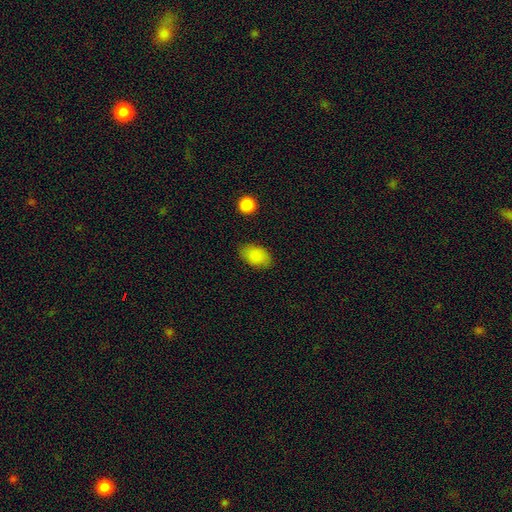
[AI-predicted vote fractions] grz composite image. It shows a smooth galaxy with no disk features (87%) that is in between round and cigar-shaped (90%). Merging: none (81%).